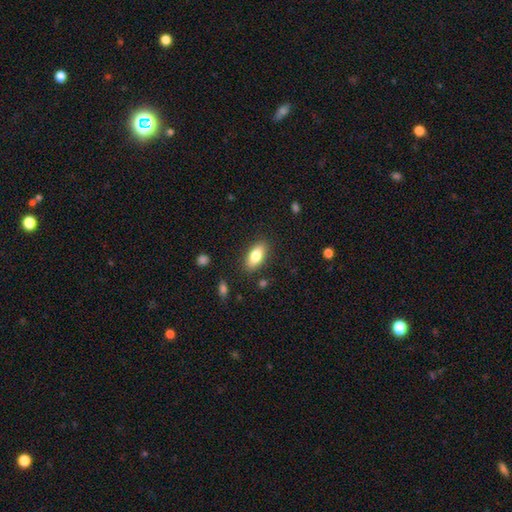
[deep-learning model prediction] A smooth galaxy with no disk features (79%) that is in between round and cigar-shaped (86%). Merging: none (86%).